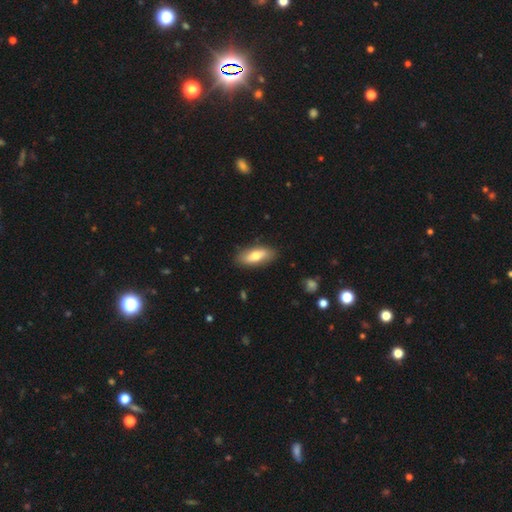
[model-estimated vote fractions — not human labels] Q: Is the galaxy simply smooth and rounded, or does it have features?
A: smooth — 69%.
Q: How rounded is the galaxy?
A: in between — 76%.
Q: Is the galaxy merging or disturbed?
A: none — 85%.